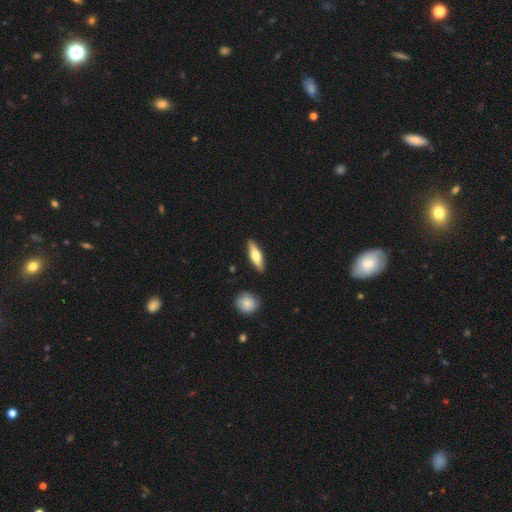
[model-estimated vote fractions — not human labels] featured or disk 48%, smooth 46%, star or artifact 6%. Down the decision tree: merging — none (88%).